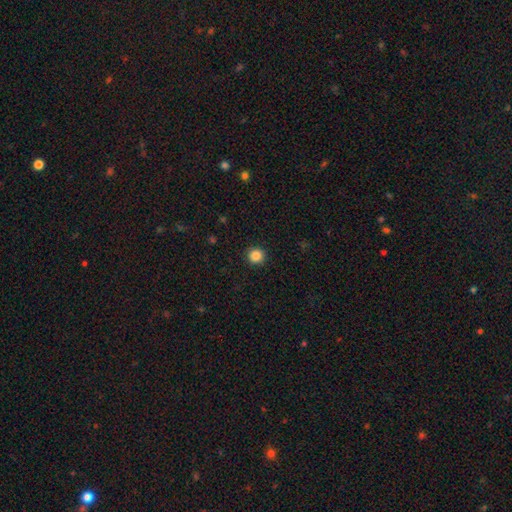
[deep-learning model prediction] Q: Smooth or featured?
A: smooth (86%); runner-up: star or artifact (11%)
Q: How rounded?
A: round (94%); runner-up: in between (5%)
Q: Merging?
A: none (93%); runner-up: minor disturbance (5%)